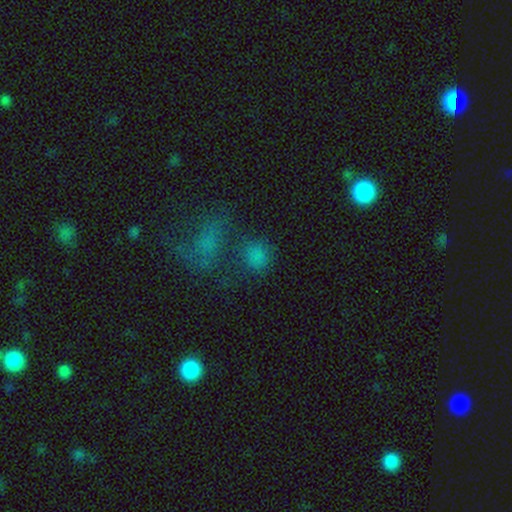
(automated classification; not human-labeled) A smooth galaxy with no disk features (68%) that is round (77%). Merging: none (64%).